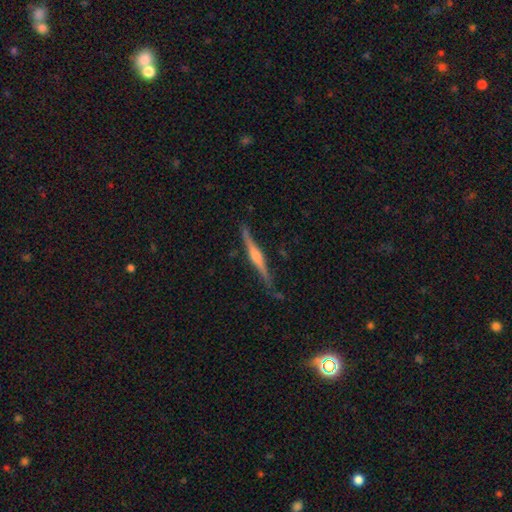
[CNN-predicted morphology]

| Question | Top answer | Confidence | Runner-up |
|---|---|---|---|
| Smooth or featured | featured or disk | 75% | smooth (20%) |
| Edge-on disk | yes | 98% | no (2%) |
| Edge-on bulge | rounded | 69% | boxy (20%) |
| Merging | none | 83% | minor disturbance (13%) |